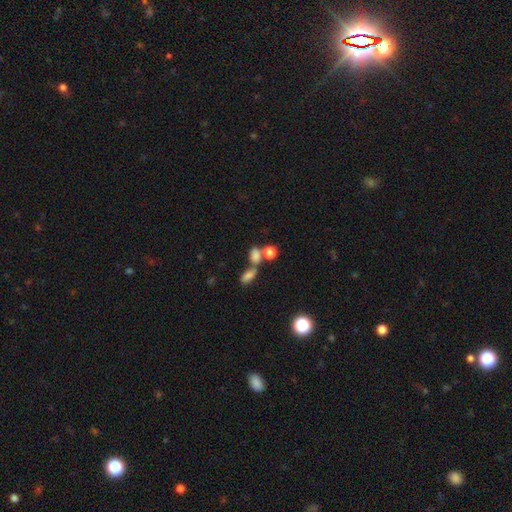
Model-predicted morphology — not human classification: The model was most divided on "merging": merger: 47%, none: 37%, minor disturbance: 10%, major disturbance: 6%. More confident: smooth or featured — smooth (77%); how rounded — in between (66%).